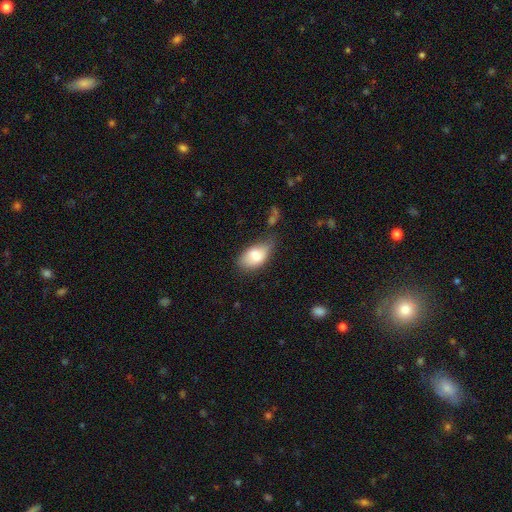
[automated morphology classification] A smooth galaxy with no disk features (78%) that is in between round and cigar-shaped (91%).

Vote fractions:
- Smooth or featured? smooth: 78% / featured or disk: 14% / star or artifact: 7%
- How rounded? in between: 91% / round: 6% / cigar-shaped: 3%
- Merging? none: 39% / minor disturbance: 38% / major disturbance: 15% / merger: 8%